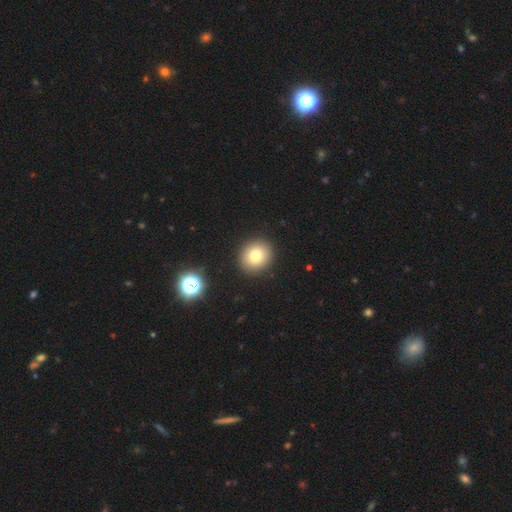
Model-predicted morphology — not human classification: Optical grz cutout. It shows a smooth galaxy with no disk features (78%) that is round (81%). Merging: none (91%).